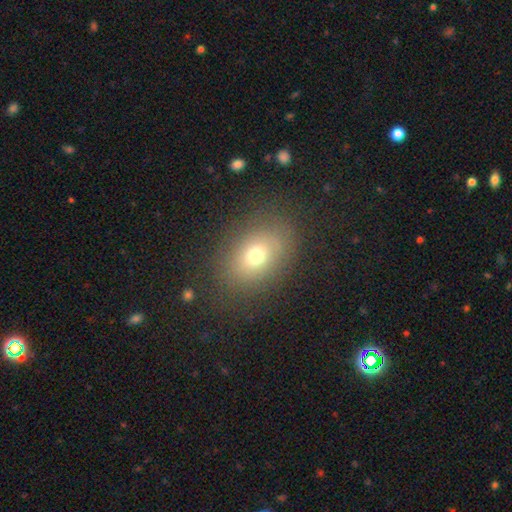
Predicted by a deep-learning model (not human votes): This is likely a smooth galaxy (69%). How rounded: likely in between (67%). Merging: clearly none (81%).